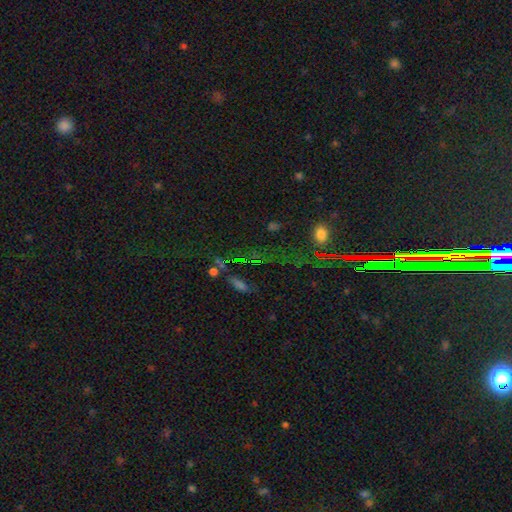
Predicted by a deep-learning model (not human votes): smooth-or-featured: star or artifact: 72% | smooth: 15% | featured or disk: 12%